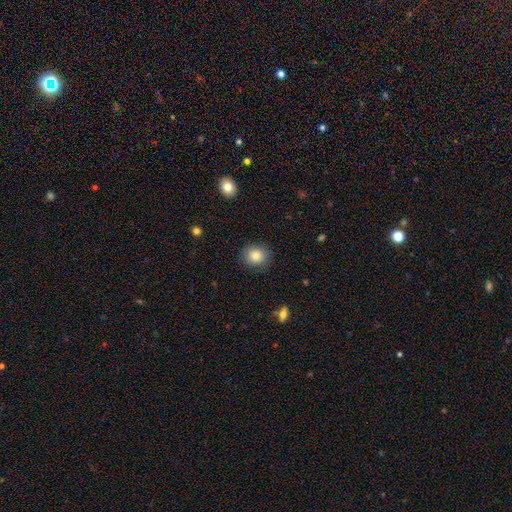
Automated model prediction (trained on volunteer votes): This appears to be a smooth galaxy with no disk features (84%) that is round (82%). Merging: none (88%).